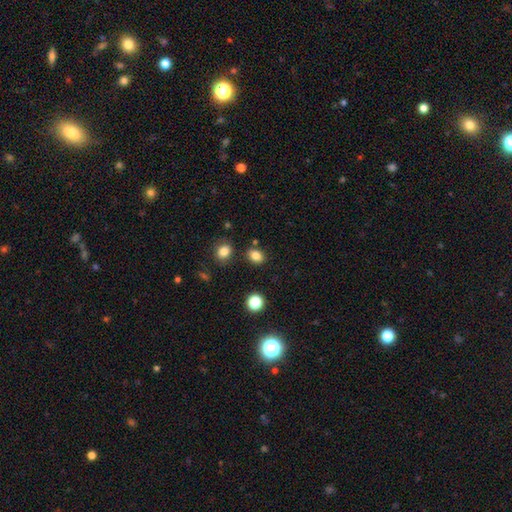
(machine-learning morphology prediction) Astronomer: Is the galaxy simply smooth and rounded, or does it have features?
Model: smooth — 82%.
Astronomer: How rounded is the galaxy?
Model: in between — 56% (runner-up: round, 43%).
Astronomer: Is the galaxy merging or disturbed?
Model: none — 80%.